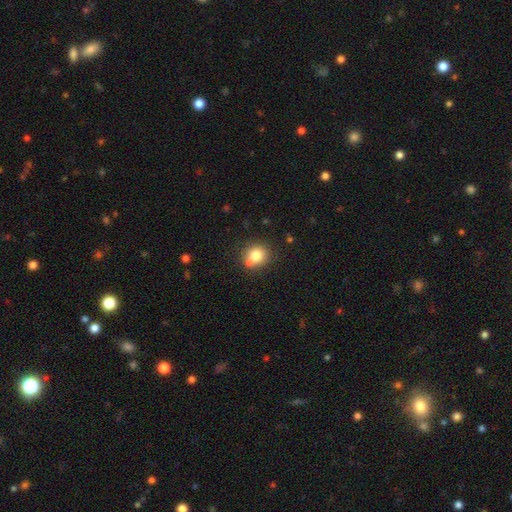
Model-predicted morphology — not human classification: Smooth or featured: smooth — 79% (star or artifact — 11%)
How rounded: round — 83% (in between — 16%)
Merging: none — 71% (merger — 14%)